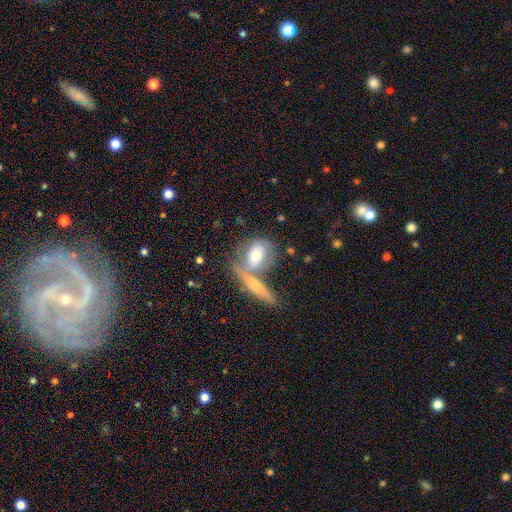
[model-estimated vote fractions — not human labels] Q: Smooth or featured?
A: smooth (51%); runner-up: featured or disk (42%)
Q: How rounded?
A: in between (54%); runner-up: round (33%)
Q: Merging?
A: merger (42%); runner-up: none (39%)